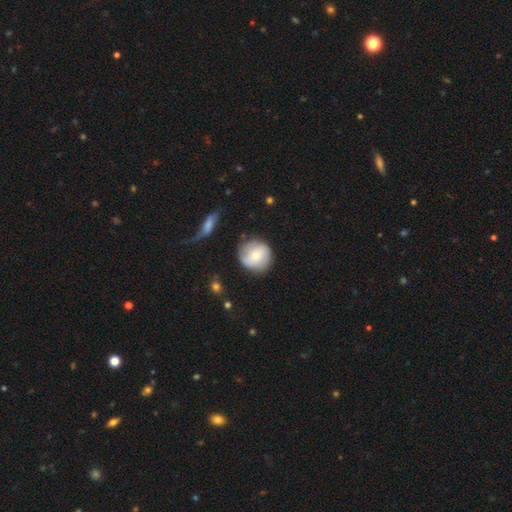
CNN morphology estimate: The model was most divided on "smooth or featured": smooth: 55%, featured or disk: 38%, star or artifact: 7%. More confident: how rounded — round (91%); merging — none (75%).